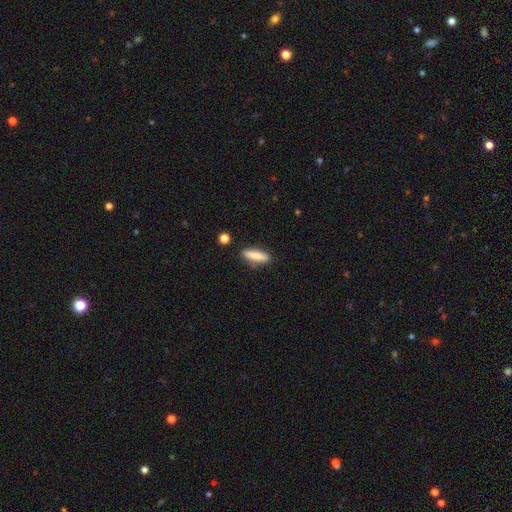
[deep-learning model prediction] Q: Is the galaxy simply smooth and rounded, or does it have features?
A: smooth — 82%.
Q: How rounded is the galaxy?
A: cigar-shaped — 69%.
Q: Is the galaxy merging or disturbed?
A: none — 85%.